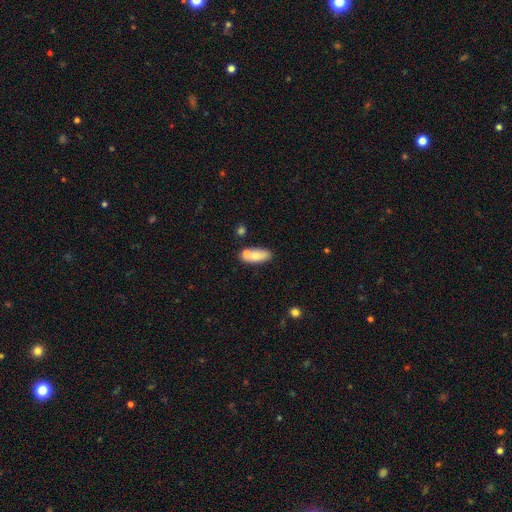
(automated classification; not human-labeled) Smooth or featured? Predicted: smooth (p=0.76). How rounded? Predicted: in between (p=0.76). Merging? Predicted: none (p=0.60).